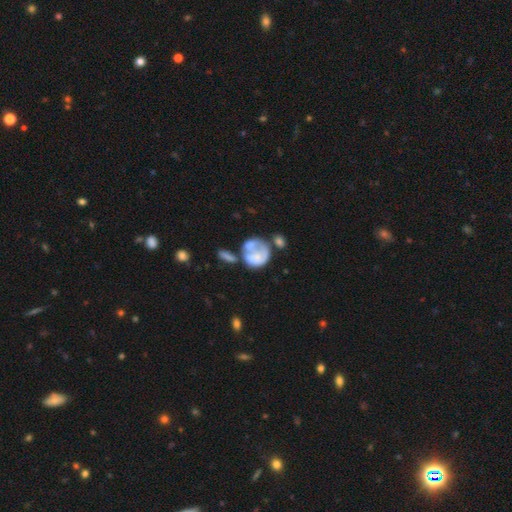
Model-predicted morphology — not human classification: smooth_or_featured: smooth (p=0.46) [tied with: featured or disk p=0.46]
merging: merger (p=0.30) [alt: none p=0.26]